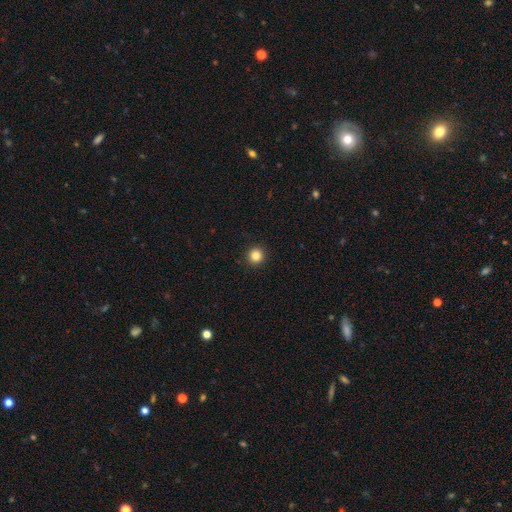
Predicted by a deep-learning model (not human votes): smooth_or_featured: smooth (p=0.84) [alt: star or artifact p=0.12]
how_rounded: round (p=0.95) [alt: in between p=0.04]
merging: none (p=0.93) [alt: minor disturbance p=0.04]